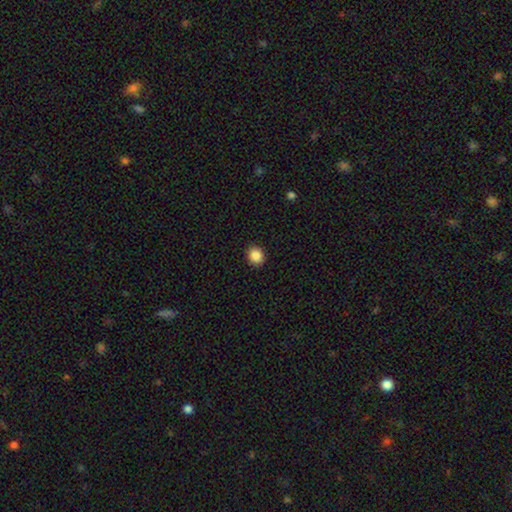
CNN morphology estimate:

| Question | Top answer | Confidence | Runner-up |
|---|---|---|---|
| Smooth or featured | smooth | 87% | star or artifact (9%) |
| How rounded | round | 71% | in between (28%) |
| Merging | none | 92% | minor disturbance (6%) |